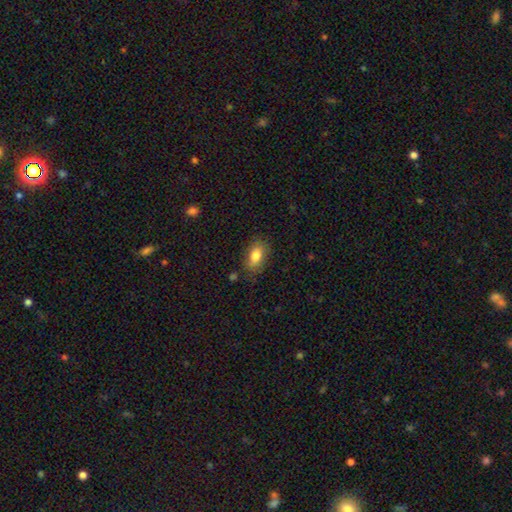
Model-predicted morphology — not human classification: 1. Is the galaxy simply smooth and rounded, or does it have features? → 80% smooth, 11% featured or disk, 8% star or artifact.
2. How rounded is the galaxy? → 86% in between, 9% round, 5% cigar-shaped.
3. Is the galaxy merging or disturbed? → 78% none, 16% minor disturbance, 4% major disturbance, 2% merger.